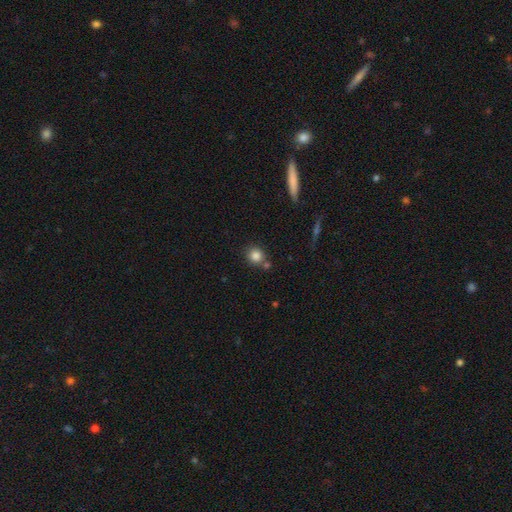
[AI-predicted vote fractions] Morphology: type=smooth (84%); roundness=round (86%); merging=none (72%).